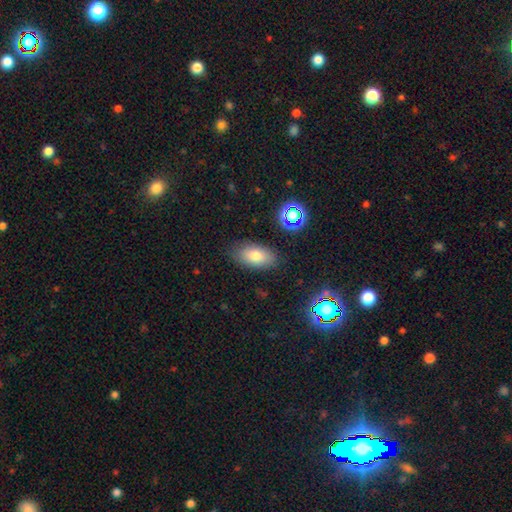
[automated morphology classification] smooth-or-featured: smooth: 76% | featured or disk: 13% | star or artifact: 11%
  how-rounded: in between: 91% | round: 6% | cigar-shaped: 3%
  merging: none: 82% | minor disturbance: 12% | major disturbance: 3% | merger: 2%